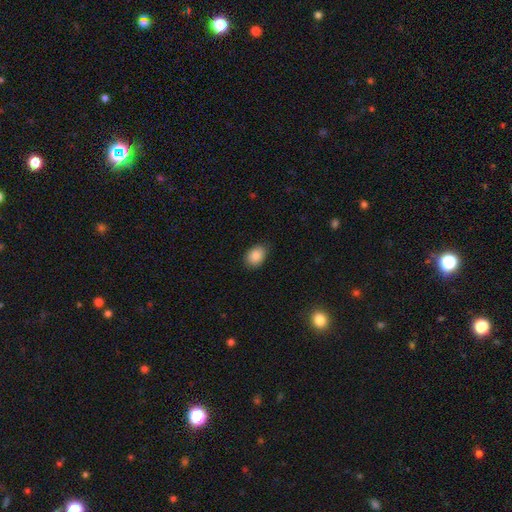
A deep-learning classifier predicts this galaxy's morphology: This appears to be a smooth galaxy with no disk features (87%) that is in between round and cigar-shaped (72%). Merging: none (83%).